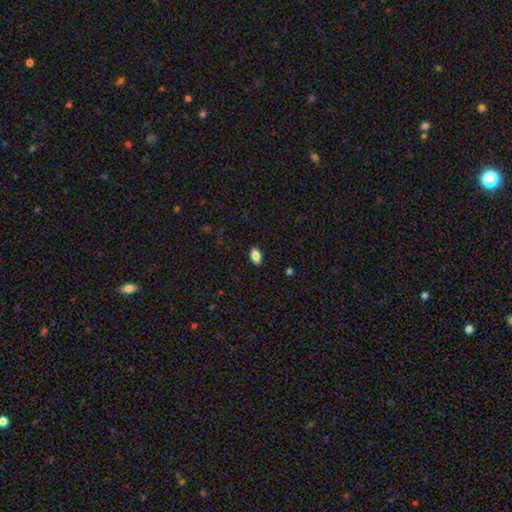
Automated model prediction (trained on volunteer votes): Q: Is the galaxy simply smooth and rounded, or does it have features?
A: smooth — 82%.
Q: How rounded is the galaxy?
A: in between — 90%.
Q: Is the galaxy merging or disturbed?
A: none — 88%.